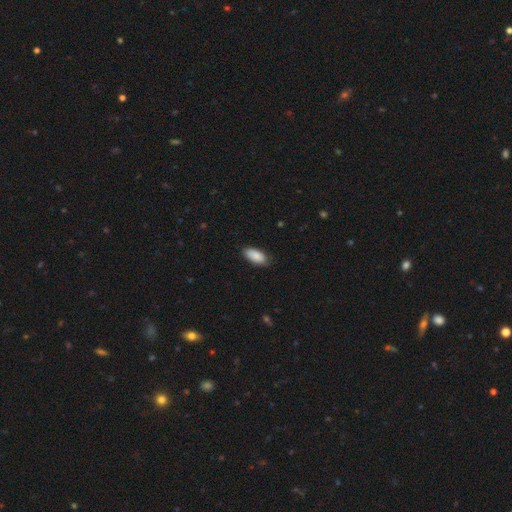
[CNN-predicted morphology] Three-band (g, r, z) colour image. It shows a smooth galaxy with no disk features (87%) that is in between round and cigar-shaped (91%). Merging: none (82%).